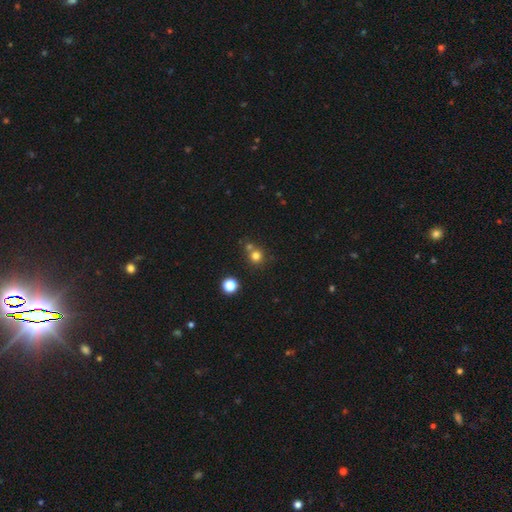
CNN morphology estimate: This is likely a smooth galaxy (76%). How rounded: clearly round (91%). Merging: likely none (65%).